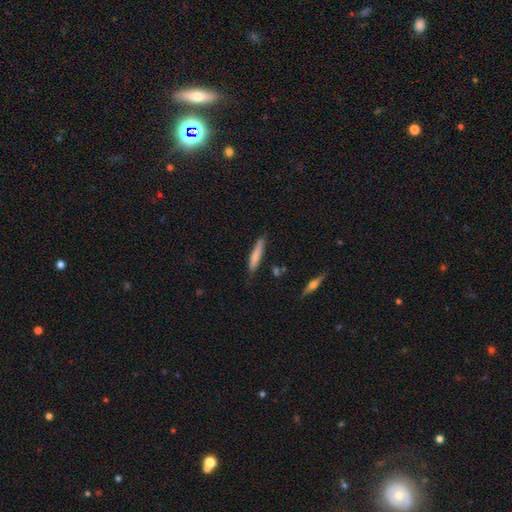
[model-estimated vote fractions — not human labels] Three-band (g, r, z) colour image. It shows a smooth galaxy with no disk features (75%) that is cigar-shaped (89%). Merging: none (78%).